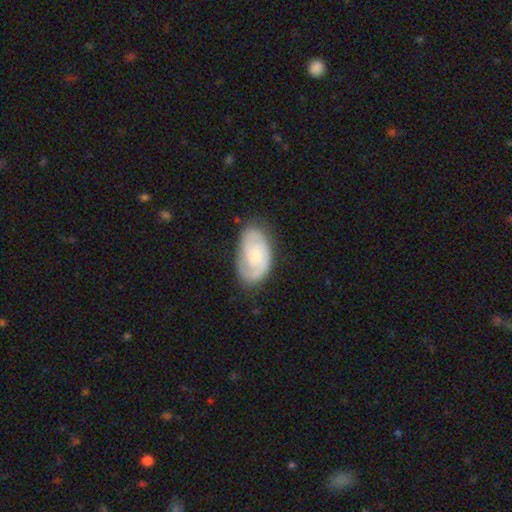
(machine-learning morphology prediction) smooth-or-featured: featured or disk: 73% | smooth: 21% | star or artifact: 5%
  disk-edge-on: no: 97% | yes: 3%
    bar: no: 68% | weak: 28% | strong: 4%
    has-spiral-arms: yes: 94% | no: 6%
      spiral-winding: tight: 53% | medium: 37% | loose: 11%
      spiral-arm-count: 2: 72% | can't tell: 14% | 1: 7% | 3: 5% | 4: 1% | more than 4: 1%
    bulge-size: small: 53% | moderate: 30% | none: 11% | large: 5% | dominant: 1%
  merging: none: 75% | minor disturbance: 18% | major disturbance: 6% | merger: 1%